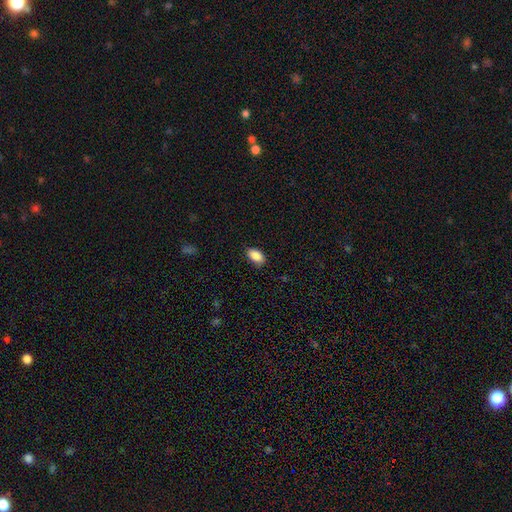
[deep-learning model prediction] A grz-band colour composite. It shows a smooth galaxy with no disk features (88%) that is in between round and cigar-shaped (93%). Merging: none (85%).